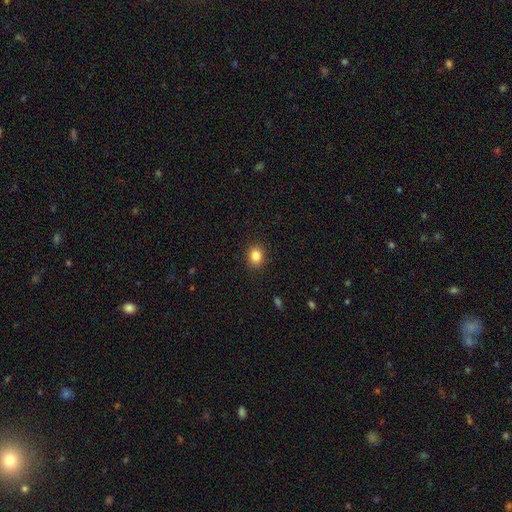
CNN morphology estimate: smooth-or-featured: smooth: 85% | star or artifact: 10% | featured or disk: 5%
  how-rounded: round: 60% | in between: 39% | cigar-shaped: 1%
  merging: none: 90% | minor disturbance: 7% | major disturbance: 2% | merger: 1%